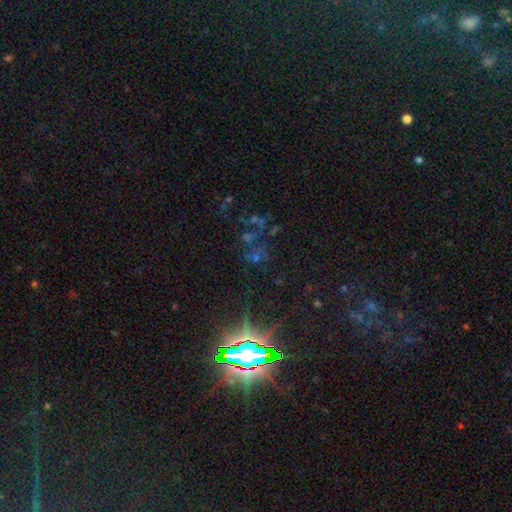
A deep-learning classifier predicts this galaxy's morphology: A star or artifact, not a galaxy (65%).